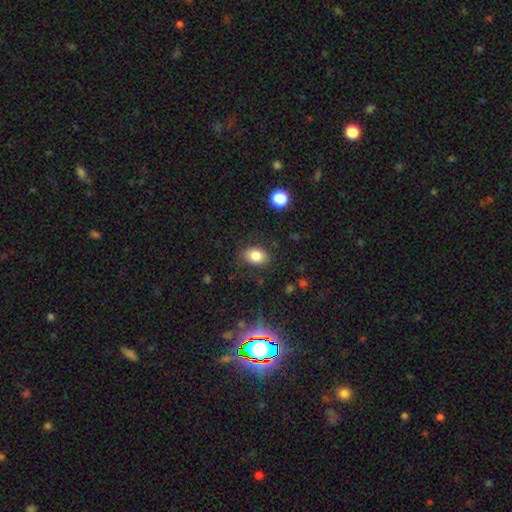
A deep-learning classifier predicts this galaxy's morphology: Overall: smooth (82%). How rounded: in between (73%). Merging: none (81%).